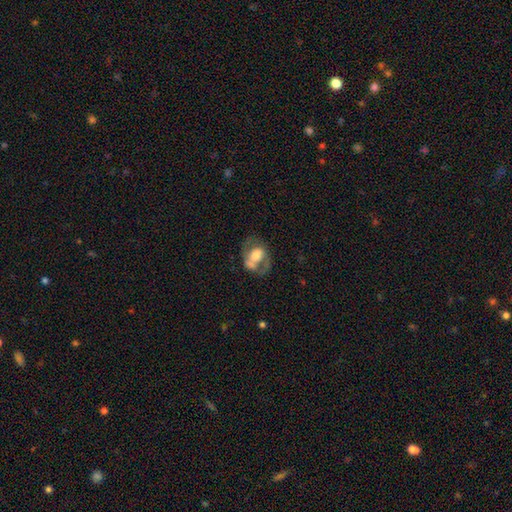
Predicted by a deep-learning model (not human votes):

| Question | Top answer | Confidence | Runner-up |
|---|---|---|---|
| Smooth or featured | featured or disk | 50% | smooth (43%) |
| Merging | none | 40% | major disturbance (23%) |